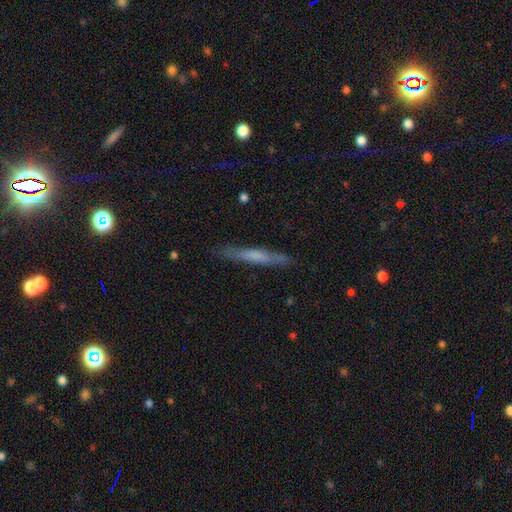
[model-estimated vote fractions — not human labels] Smooth or featured? Predicted: smooth (p=0.51). How rounded? Predicted: cigar-shaped (p=0.95). Merging? Predicted: none (p=0.85).